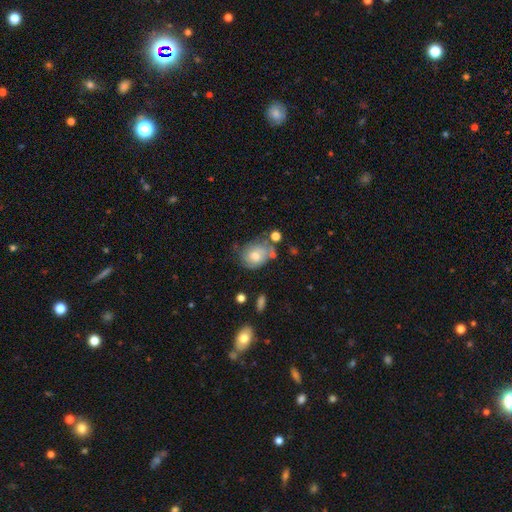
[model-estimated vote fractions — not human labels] Smooth or featured? Predicted: smooth (p=0.65). How rounded? Predicted: round (p=0.55). Merging? Predicted: none (p=0.47).